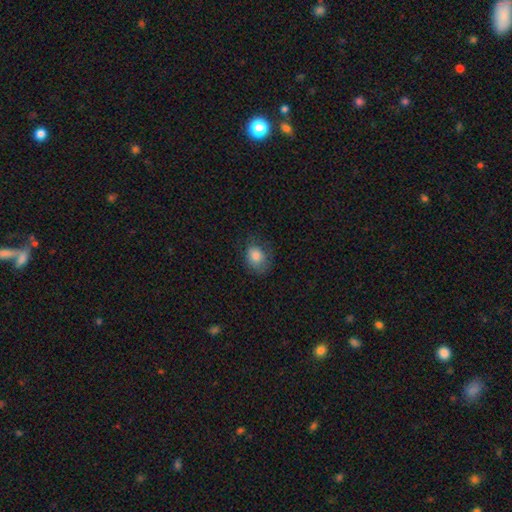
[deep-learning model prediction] This appears to be a smooth galaxy with no disk features (82%) that is in between round and cigar-shaped (57%). Merging: none (62%).